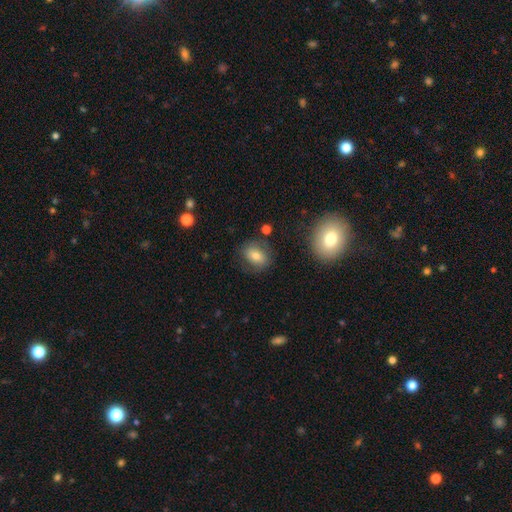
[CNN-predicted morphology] smooth 71%, featured or disk 19%, star or artifact 10%. Down the decision tree: how rounded — in between (62%); merging — none (75%).